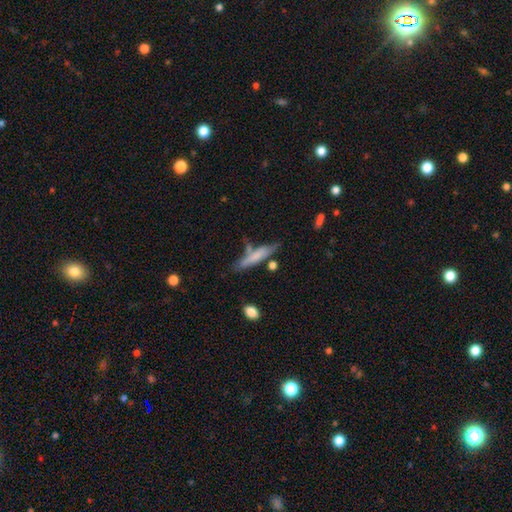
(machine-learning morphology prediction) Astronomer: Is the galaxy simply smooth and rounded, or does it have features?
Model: smooth — 66%.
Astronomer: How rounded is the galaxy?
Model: cigar-shaped — 85%.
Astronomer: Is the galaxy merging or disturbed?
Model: none — 64%.